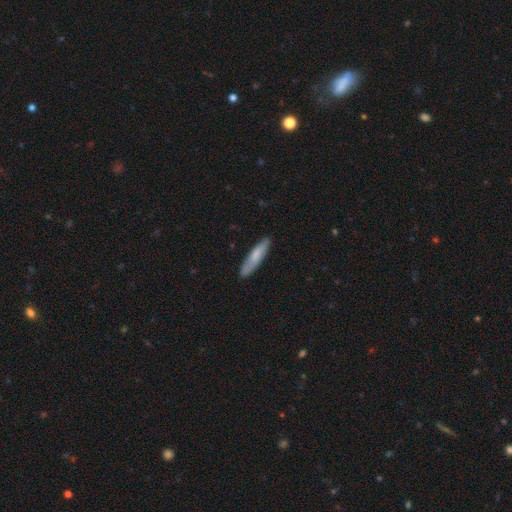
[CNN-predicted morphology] This is likely a smooth galaxy (76%). How rounded: clearly cigar-shaped (86%). Merging: clearly none (87%).